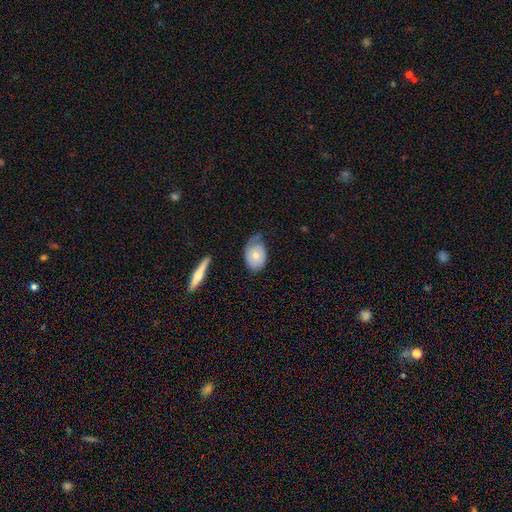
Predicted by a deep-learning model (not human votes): A smooth galaxy with no disk features (60%) that is in between round and cigar-shaped (77%).

Vote fractions:
- Smooth or featured? smooth: 60% / featured or disk: 34% / star or artifact: 6%
- How rounded? in between: 77% / round: 22% / cigar-shaped: 2%
- Merging? none: 44% / minor disturbance: 37% / major disturbance: 15% / merger: 3%